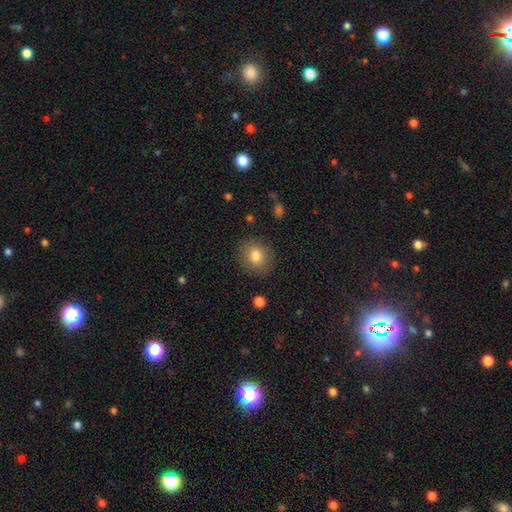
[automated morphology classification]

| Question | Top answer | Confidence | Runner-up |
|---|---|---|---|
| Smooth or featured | smooth | 81% | featured or disk (10%) |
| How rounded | round | 68% | in between (31%) |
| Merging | none | 86% | minor disturbance (10%) |